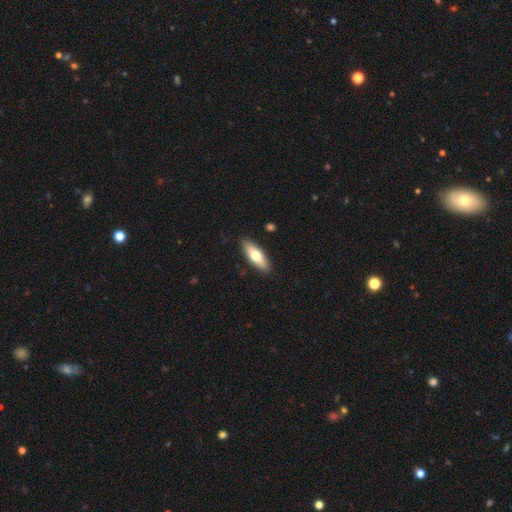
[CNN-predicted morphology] A smooth galaxy with no disk features (63%) that is in between round and cigar-shaped (59%).

Vote fractions:
- Smooth or featured? smooth: 63% / featured or disk: 31% / star or artifact: 5%
- How rounded? in between: 59% / cigar-shaped: 39% / round: 2%
- Merging? none: 89% / minor disturbance: 8% / major disturbance: 2% / merger: 1%